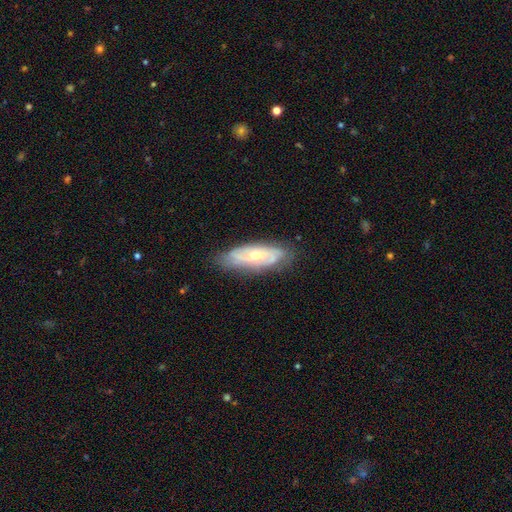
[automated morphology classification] smooth-or-featured: featured or disk: 66% | smooth: 28% | star or artifact: 6%
  disk-edge-on: no: 78% | yes: 22%
    bar: no: 73% | weak: 21% | strong: 6%
    has-spiral-arms: yes: 64% | no: 36%
    bulge-size: moderate: 68% | small: 26% | large: 4% | none: 1% | dominant: 1%
  merging: none: 76% | minor disturbance: 18% | major disturbance: 4% | merger: 2%